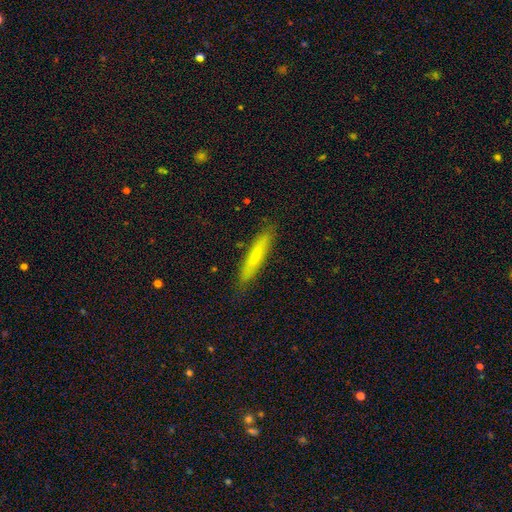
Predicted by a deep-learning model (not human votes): Overall: smooth (64%; featured or disk 30%). How rounded: cigar-shaped (90%). Merging: none (86%).